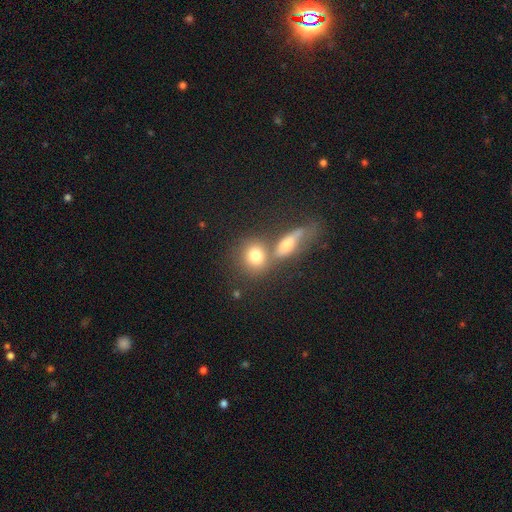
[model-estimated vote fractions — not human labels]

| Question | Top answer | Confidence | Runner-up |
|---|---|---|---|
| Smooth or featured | smooth | 76% | featured or disk (14%) |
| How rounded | round | 70% | in between (26%) |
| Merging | none | 45% | merger (41%) |